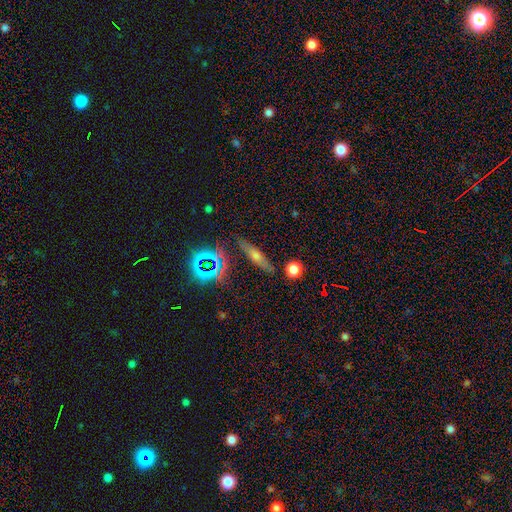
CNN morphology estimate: Smooth or featured? smooth (46%)
Merging? none (83%)